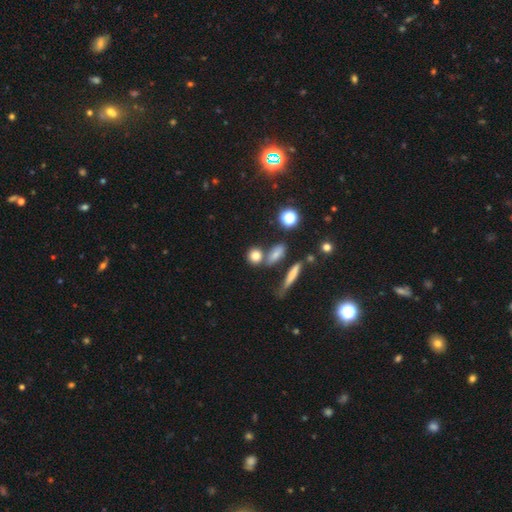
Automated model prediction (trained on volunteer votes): The model was most divided on "merging": none: 66%, merger: 19%, minor disturbance: 10%, major disturbance: 4%. More confident: smooth or featured — smooth (78%); how rounded — round (74%).